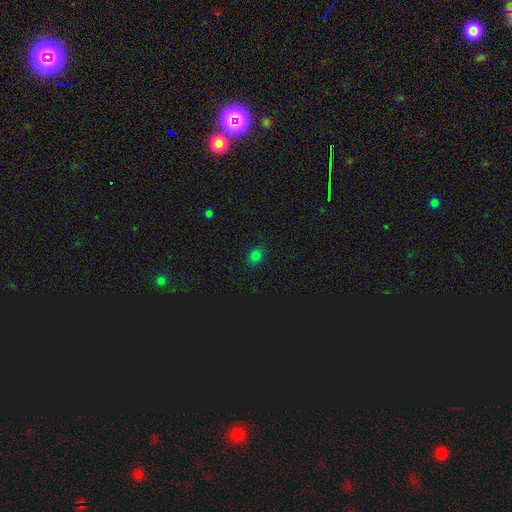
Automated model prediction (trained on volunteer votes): Smooth or featured?
  - smooth: 74% *
  - star or artifact: 19%
  - featured or disk: 7%
How rounded?
  - round: 53% *
  - in between: 46%
  - cigar-shaped: 1%
Merging?
  - none: 85% *
  - minor disturbance: 11%
  - major disturbance: 2%
  - merger: 1%